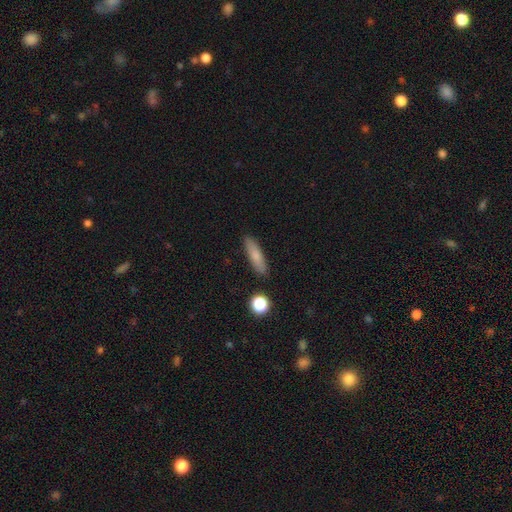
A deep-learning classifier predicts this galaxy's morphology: smooth-or-featured: smooth: 75% | featured or disk: 17% | star or artifact: 8%
  how-rounded: cigar-shaped: 70% | in between: 27% | round: 3%
  merging: none: 87% | minor disturbance: 9% | merger: 2% | major disturbance: 2%